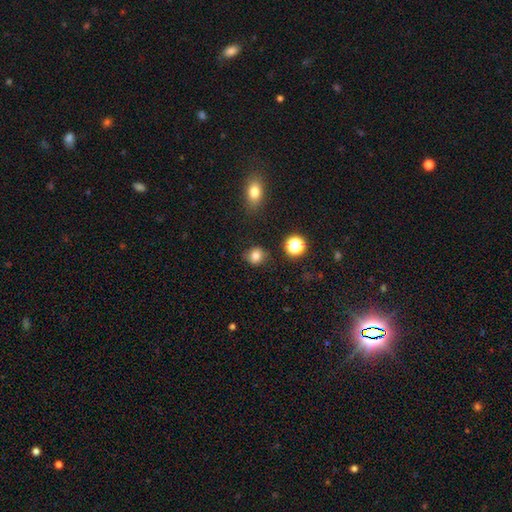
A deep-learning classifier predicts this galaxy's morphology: smooth-or-featured: smooth: 80% | star or artifact: 13% | featured or disk: 7%
  how-rounded: round: 76% | in between: 23% | cigar-shaped: 1%
  merging: none: 82% | minor disturbance: 12% | major disturbance: 3% | merger: 2%